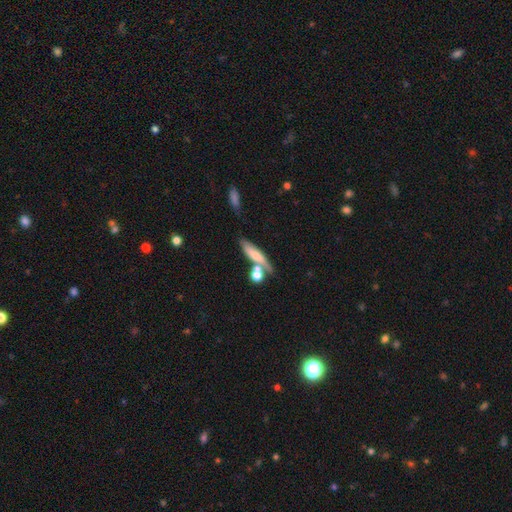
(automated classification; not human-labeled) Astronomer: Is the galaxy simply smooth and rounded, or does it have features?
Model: smooth — 63%.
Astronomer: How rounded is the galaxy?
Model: cigar-shaped — 61%.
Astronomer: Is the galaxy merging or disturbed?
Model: none — 48% (runner-up: merger, 28%).